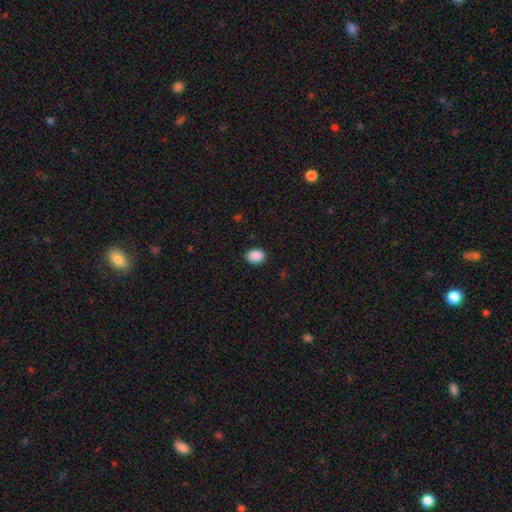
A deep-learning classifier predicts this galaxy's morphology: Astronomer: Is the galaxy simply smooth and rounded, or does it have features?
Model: smooth — 90%.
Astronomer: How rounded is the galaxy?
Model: in between — 63%.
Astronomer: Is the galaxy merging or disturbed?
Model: none — 88%.